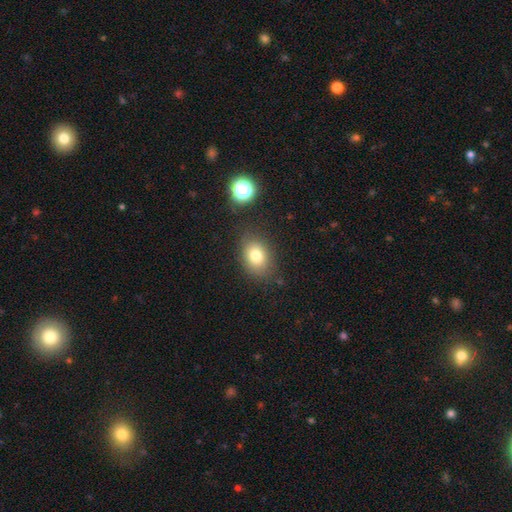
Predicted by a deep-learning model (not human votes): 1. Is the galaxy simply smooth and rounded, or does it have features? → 77% smooth, 12% star or artifact, 11% featured or disk.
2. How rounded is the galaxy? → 68% in between, 31% round, 1% cigar-shaped.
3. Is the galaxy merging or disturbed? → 79% none, 14% minor disturbance, 4% major disturbance, 3% merger.